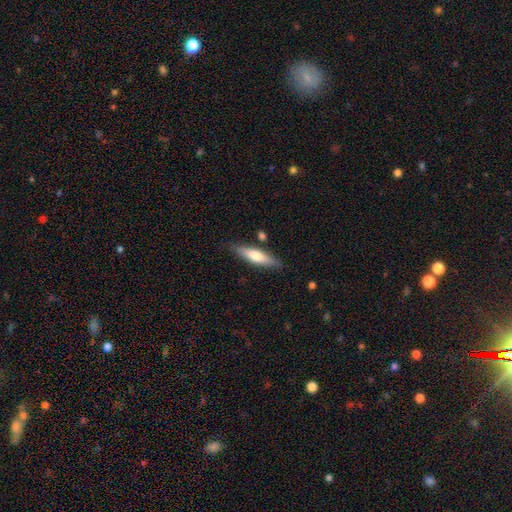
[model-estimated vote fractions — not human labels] Overall: smooth (60%; featured or disk 35%). How rounded: cigar-shaped (71%). Merging: none (81%).